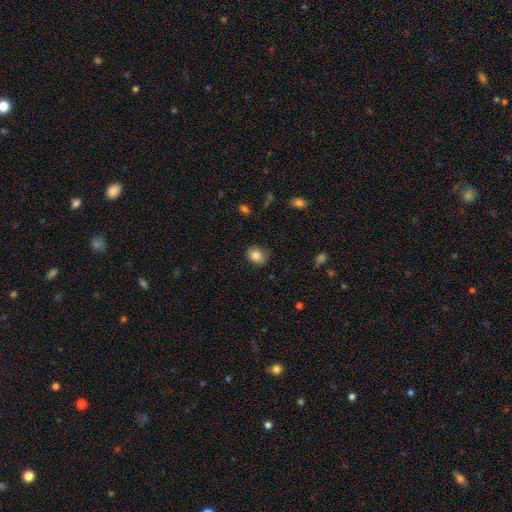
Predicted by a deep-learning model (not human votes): A smooth galaxy with no disk features (84%) that is round (51%). Merging: none (78%).